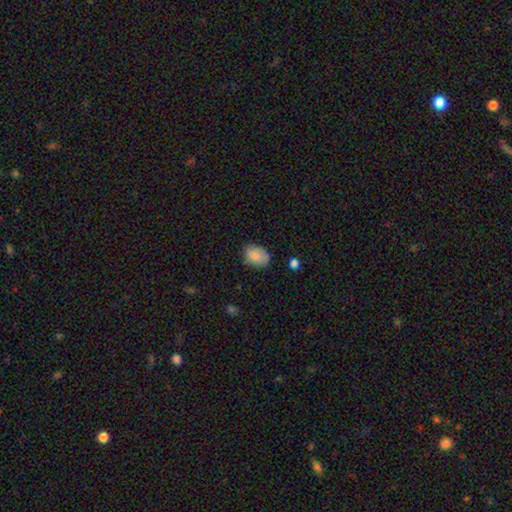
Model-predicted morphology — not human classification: type=smooth (85%); roundness=in between (75%); merging=none (71%).